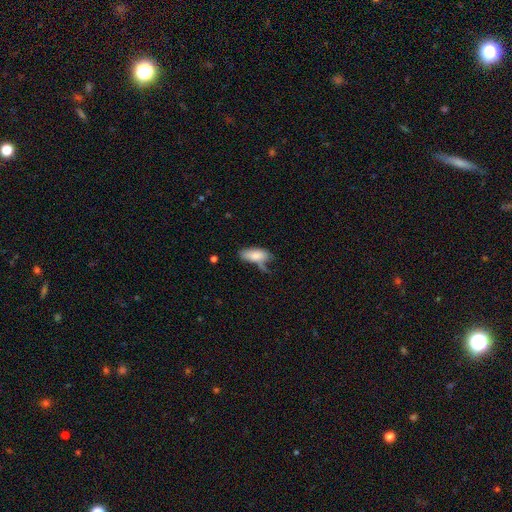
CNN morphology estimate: smooth 81%, featured or disk 12%, star or artifact 7%. Down the decision tree: how rounded — in between (86%); merging — none (42%).